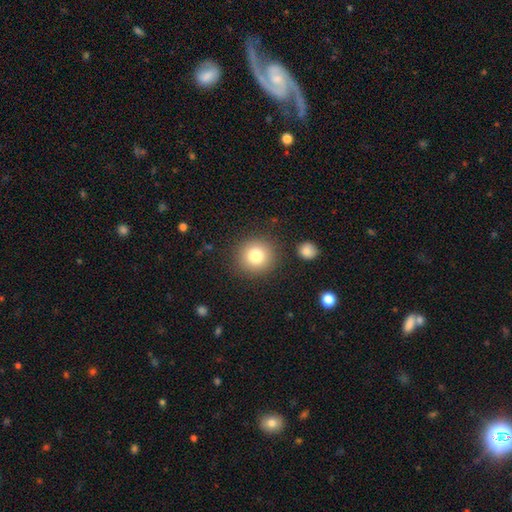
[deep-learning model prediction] Q: Smooth or featured?
A: smooth (81%); runner-up: star or artifact (10%)
Q: How rounded?
A: round (92%); runner-up: in between (7%)
Q: Merging?
A: none (86%); runner-up: minor disturbance (8%)